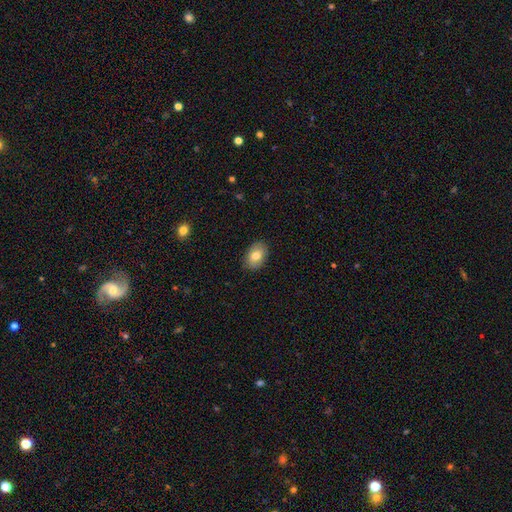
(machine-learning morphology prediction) Q: Smooth or featured?
A: smooth (77%); runner-up: featured or disk (16%)
Q: How rounded?
A: in between (84%); runner-up: round (15%)
Q: Merging?
A: none (86%); runner-up: minor disturbance (11%)